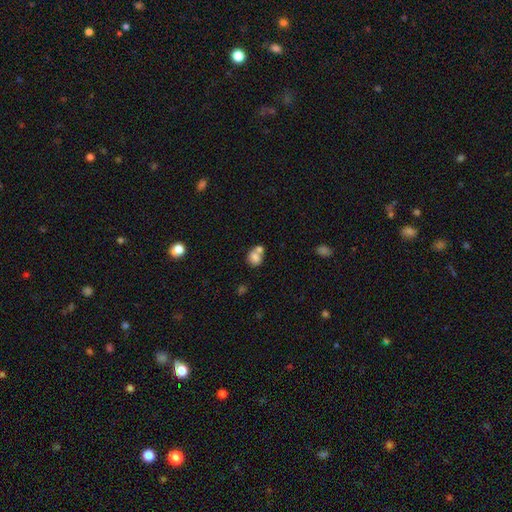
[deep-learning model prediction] Smooth or featured? smooth (76%)
How rounded? round (58%)
Merging? merger (53%)